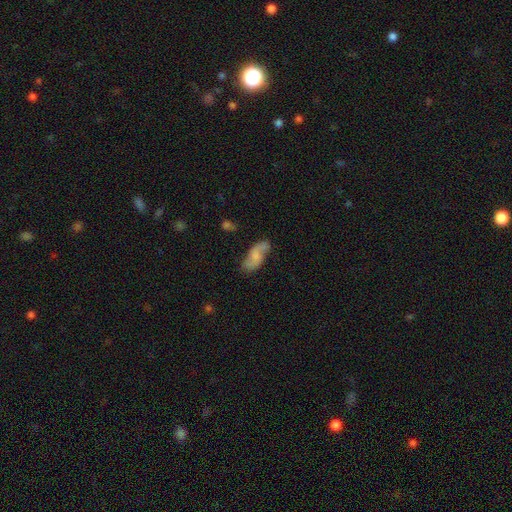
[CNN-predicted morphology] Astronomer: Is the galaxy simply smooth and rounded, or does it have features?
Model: featured or disk — 51% (runner-up: smooth, 41%).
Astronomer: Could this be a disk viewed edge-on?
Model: no — 92%.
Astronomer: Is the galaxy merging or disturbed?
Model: none — 68%.